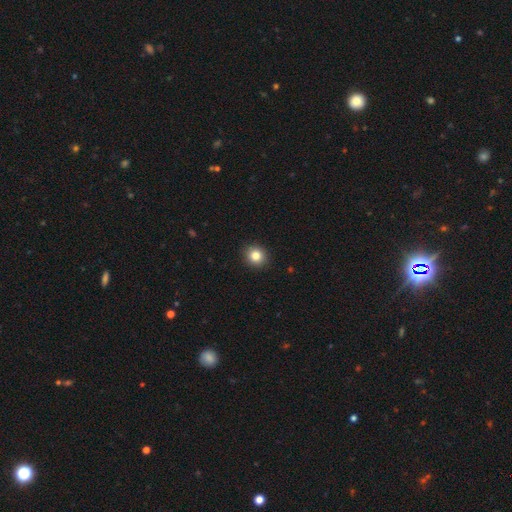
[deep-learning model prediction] Smooth or featured: smooth — 83% (star or artifact — 11%)
How rounded: round — 84% (in between — 15%)
Merging: none — 92% (minor disturbance — 6%)